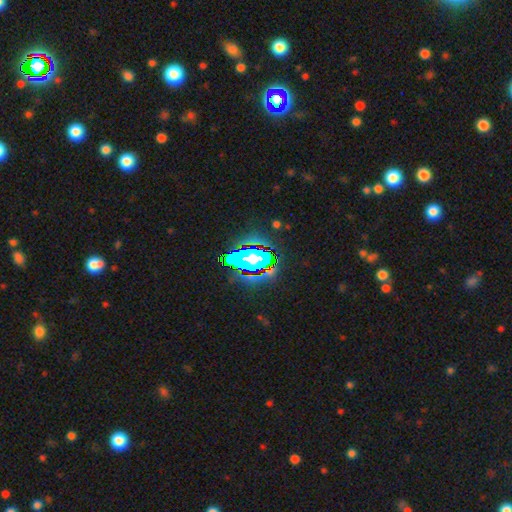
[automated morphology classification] Smooth or featured? Predicted: star or artifact (p=0.81).